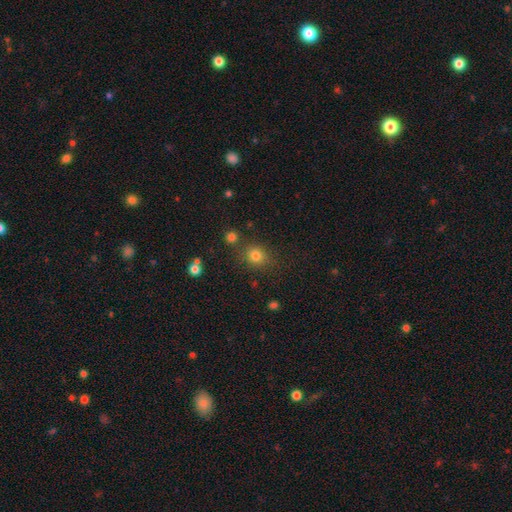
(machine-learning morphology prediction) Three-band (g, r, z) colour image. It shows a smooth galaxy with no disk features (79%) that is round (80%). Merging: none (79%).